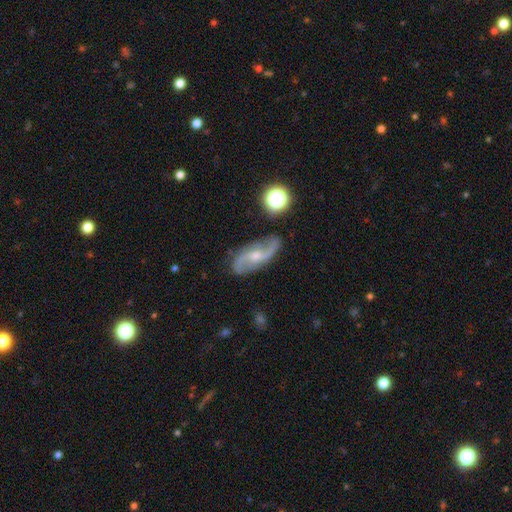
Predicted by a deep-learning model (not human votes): Smooth or featured: featured or disk — 86% (smooth — 8%)
Edge-on disk: no — 95% (yes — 5%)
Bar: no — 50% (weak — 38%)
Spiral arms: yes — 96% (no — 4%)
Spiral winding: loose — 59% (medium — 32%)
Spiral arm count: 2 — 92% (can't tell — 3%)
Bulge size: moderate — 48% (small — 45%)
Merging: none — 81% (minor disturbance — 13%)